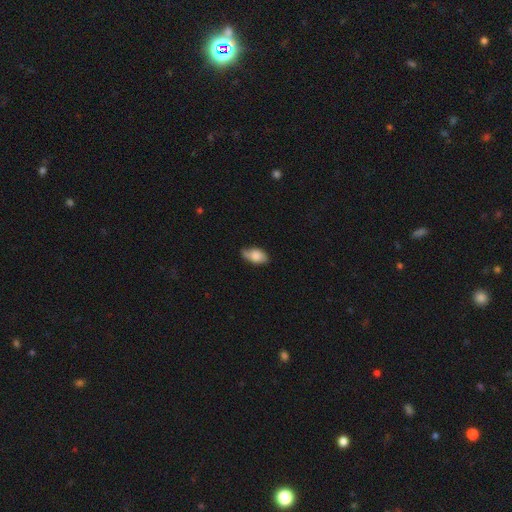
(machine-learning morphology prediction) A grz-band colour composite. It shows a smooth galaxy with no disk features (77%) that is in between round and cigar-shaped (91%). Merging: none (60%).